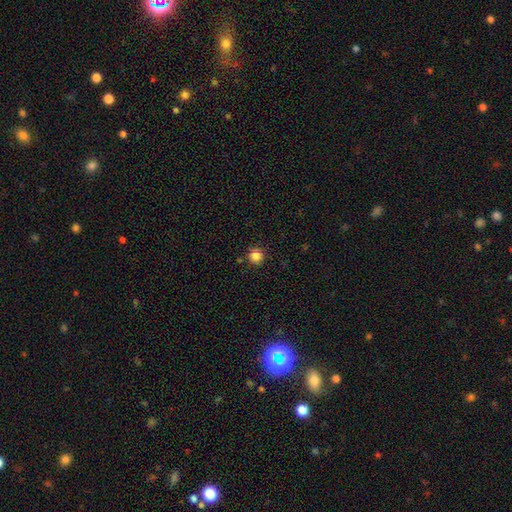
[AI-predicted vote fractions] Smooth or featured? smooth (84%)
How rounded? round (95%)
Merging? none (88%)